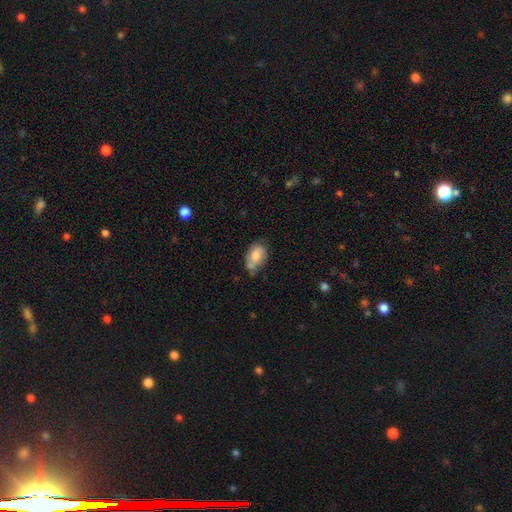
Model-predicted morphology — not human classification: This is likely a smooth galaxy (67%). How rounded: clearly in between (85%). Merging: possibly none (45%).